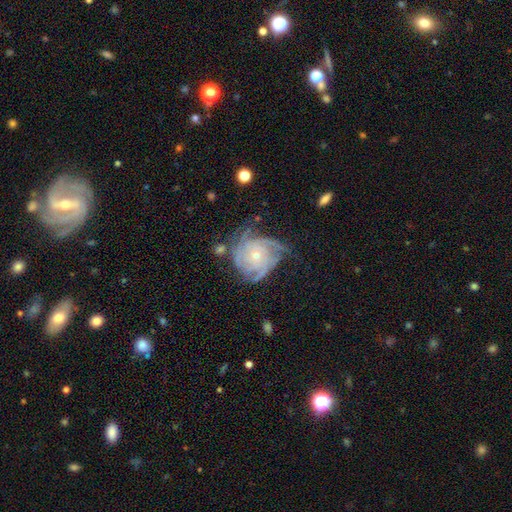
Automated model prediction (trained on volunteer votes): Smooth or featured: featured or disk — 86% (smooth — 7%)
Edge-on disk: no — 98% (yes — 2%)
Bar: no — 81% (weak — 15%)
Spiral arms: yes — 97% (no — 3%)
Spiral winding: tight — 68% (medium — 26%)
Spiral arm count: 4 — 31% (3 — 28%)
Bulge size: small — 75% (moderate — 22%)
Merging: none — 59% (minor disturbance — 24%)